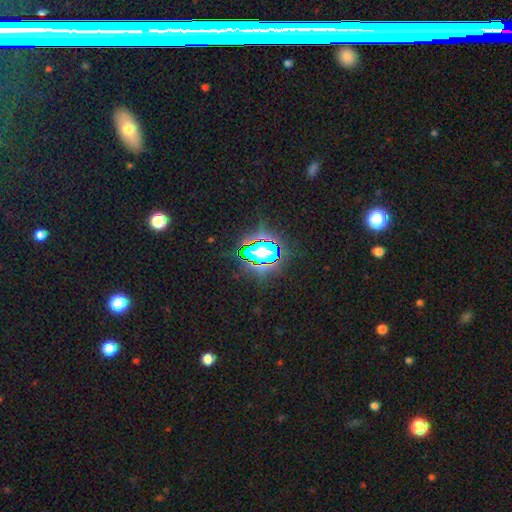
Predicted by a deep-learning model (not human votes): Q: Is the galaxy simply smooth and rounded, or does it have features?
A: star or artifact — 74%.